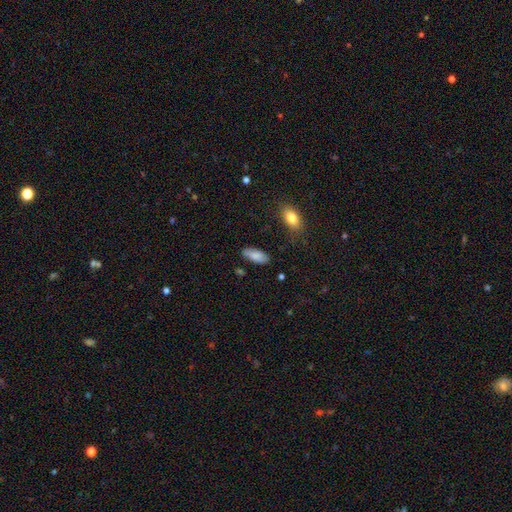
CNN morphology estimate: smooth_or_featured: smooth (p=0.83) [alt: featured or disk p=0.11]
how_rounded: in between (p=0.83) [alt: cigar-shaped p=0.15]
merging: none (p=0.82) [alt: minor disturbance p=0.14]